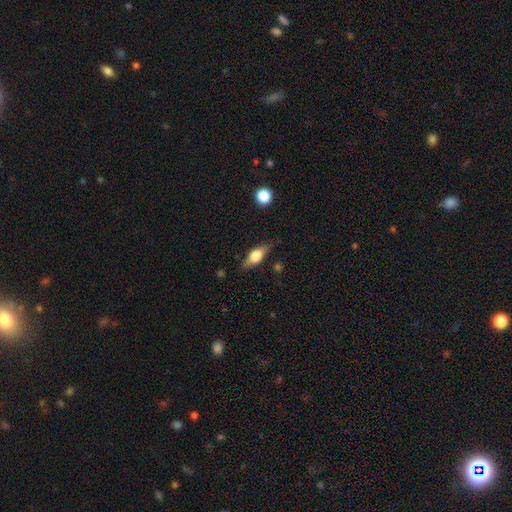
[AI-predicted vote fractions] Smooth or featured? smooth (52%)
How rounded? in between (64%)
Merging? none (80%)